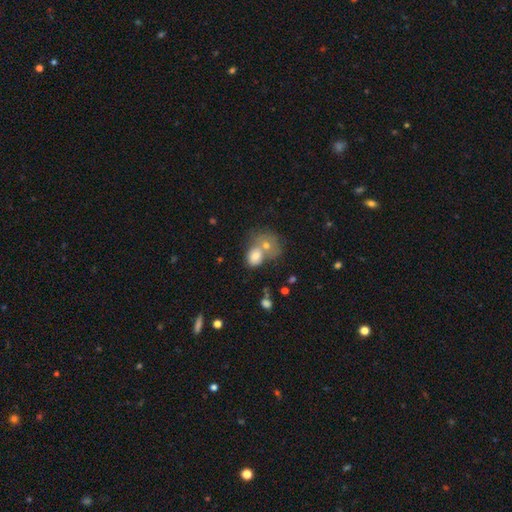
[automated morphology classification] Smooth or featured: smooth — 73% (featured or disk — 16%)
How rounded: in between — 63% (round — 36%)
Merging: merger — 58% (none — 25%)